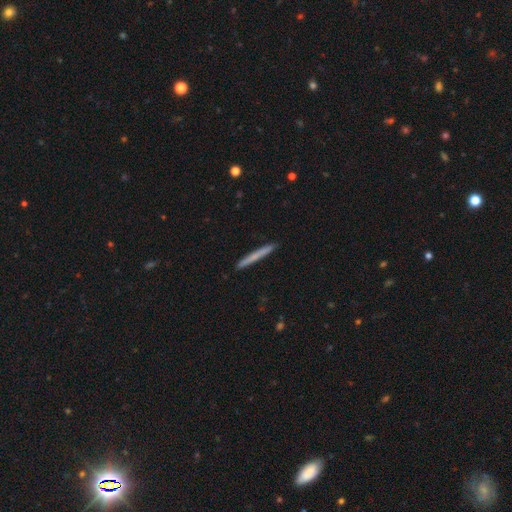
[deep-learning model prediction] A smooth galaxy with no disk features (62%) that is cigar-shaped (97%). Merging: none (92%).